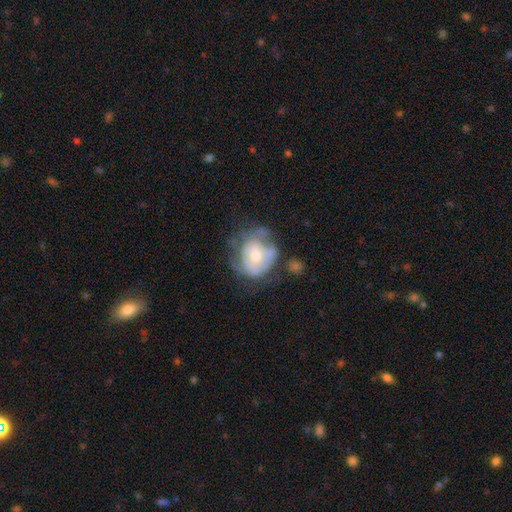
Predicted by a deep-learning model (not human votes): Smooth or featured: featured or disk — 55% (smooth — 38%)
Edge-on disk: no — 97% (yes — 3%)
Bar: no — 76% (weak — 20%)
Spiral arms: no — 55% (yes — 45%)
Bulge size: moderate — 57% (small — 33%)
Merging: none — 34% (major disturbance — 30%)